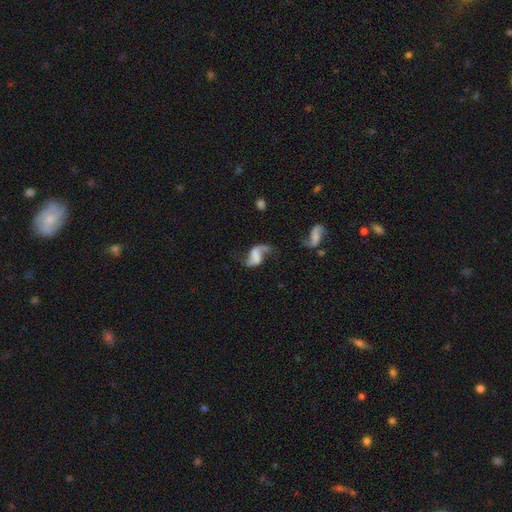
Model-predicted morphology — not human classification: This is likely a featured or disk galaxy (78%). It is clearly not viewed edge-on (97%). Bar: marginally no (37%, tied with weak). Spiral arm pattern: clearly yes (90%). Spiral arm count: clearly 2 (88%). Spiral winding: clearly loose (80%). Central bulge: likely none (68%). Merging: possibly none (50%).